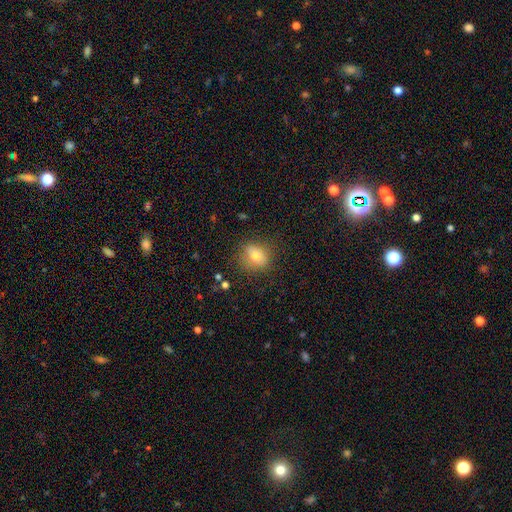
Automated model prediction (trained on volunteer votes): Smooth or featured: smooth — 74% (featured or disk — 14%)
How rounded: round — 63% (in between — 35%)
Merging: none — 79% (minor disturbance — 15%)